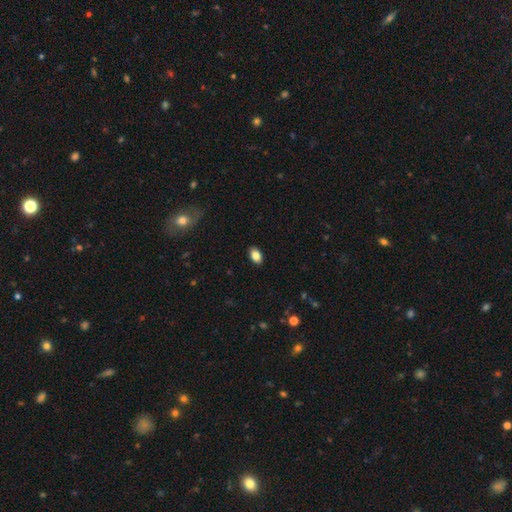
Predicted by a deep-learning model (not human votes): Q: Smooth or featured?
A: smooth (85%); runner-up: star or artifact (8%)
Q: How rounded?
A: in between (89%); runner-up: round (9%)
Q: Merging?
A: none (89%); runner-up: minor disturbance (8%)